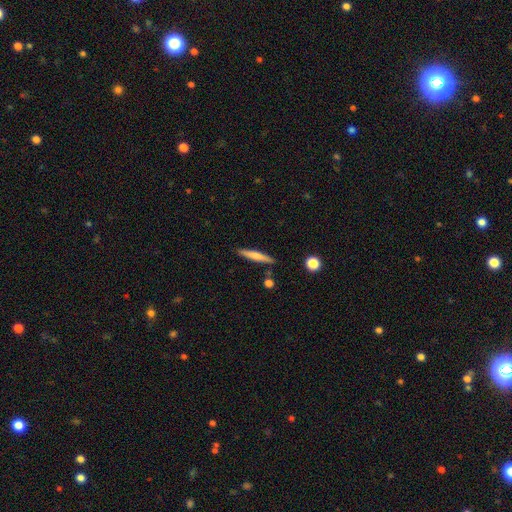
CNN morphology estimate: Overall: smooth (61%; featured or disk 33%). How rounded: cigar-shaped (92%). Merging: none (86%).